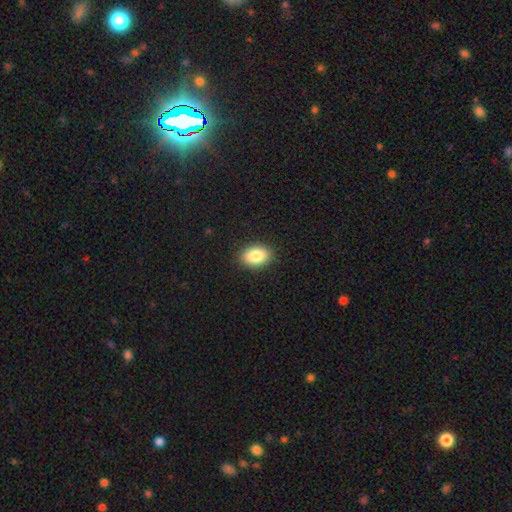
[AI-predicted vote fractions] smooth 86%, star or artifact 8%, featured or disk 6%. Down the decision tree: how rounded — in between (81%); merging — none (89%).